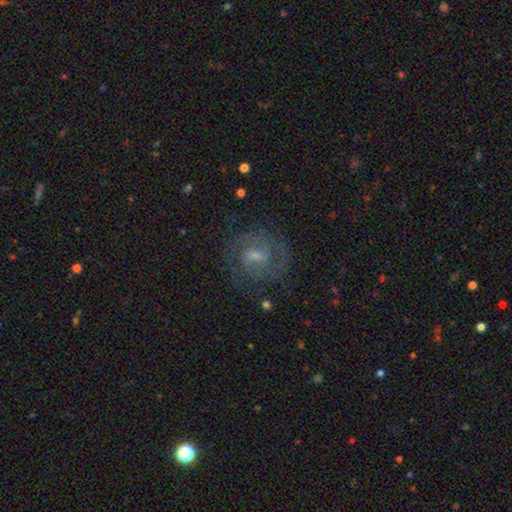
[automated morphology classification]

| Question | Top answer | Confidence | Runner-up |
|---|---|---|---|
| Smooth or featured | featured or disk | 76% | smooth (16%) |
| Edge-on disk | no | 97% | yes (3%) |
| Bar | weak | 60% | no (24%) |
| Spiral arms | yes | 91% | no (9%) |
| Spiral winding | tight | 46% | medium (43%) |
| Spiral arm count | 2 | 53% | can't tell (23%) |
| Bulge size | small | 46% | moderate (37%) |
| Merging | none | 72% | minor disturbance (16%) |